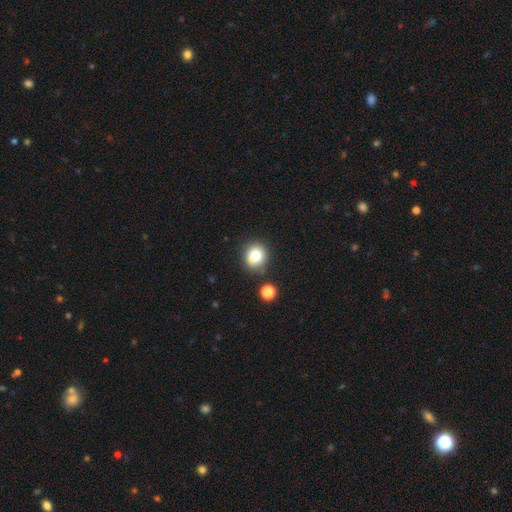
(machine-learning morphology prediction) A smooth galaxy with no disk features (79%) that is round (81%).

Vote fractions:
- Smooth or featured? smooth: 79% / star or artifact: 12% / featured or disk: 9%
- How rounded? round: 81% / in between: 18% / cigar-shaped: 1%
- Merging? none: 79% / minor disturbance: 12% / merger: 7% / major disturbance: 3%